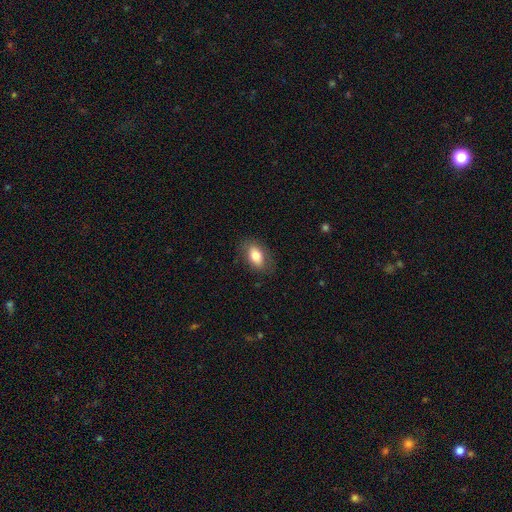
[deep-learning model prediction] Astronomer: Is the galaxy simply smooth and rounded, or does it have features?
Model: smooth — 77%.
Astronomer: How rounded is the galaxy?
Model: in between — 89%.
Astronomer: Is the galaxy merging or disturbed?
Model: none — 79%.